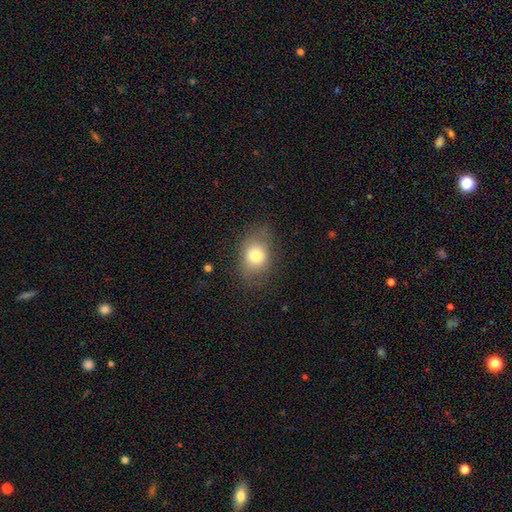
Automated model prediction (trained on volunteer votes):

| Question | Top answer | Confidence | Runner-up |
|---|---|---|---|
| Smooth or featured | smooth | 76% | featured or disk (14%) |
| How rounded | in between | 58% | round (41%) |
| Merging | none | 72% | minor disturbance (19%) |